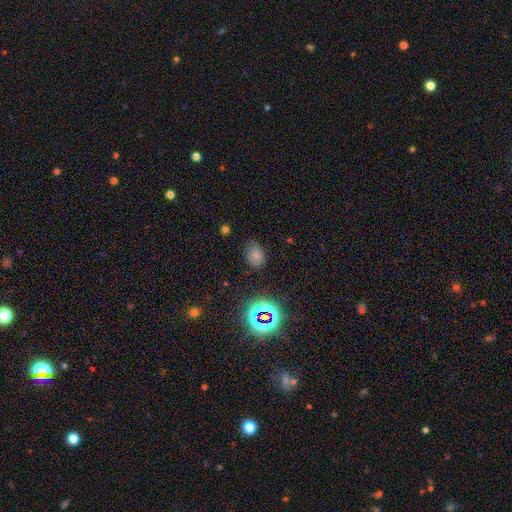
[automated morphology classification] This appears to be a smooth galaxy with no disk features (71%) that is in between round and cigar-shaped (69%). Merging: none (73%).